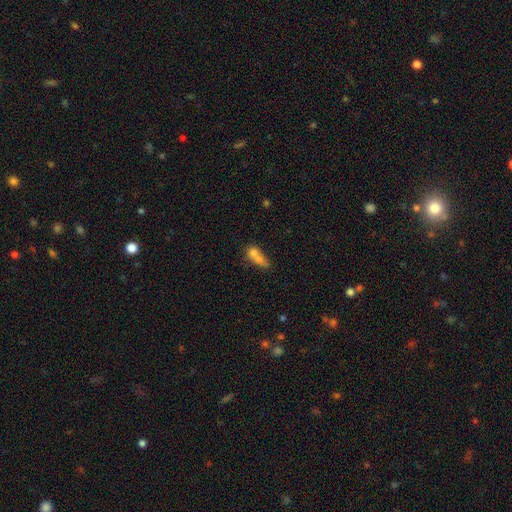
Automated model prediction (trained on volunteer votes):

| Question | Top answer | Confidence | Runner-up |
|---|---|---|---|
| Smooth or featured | smooth | 66% | featured or disk (23%) |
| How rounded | in between | 59% | round (31%) |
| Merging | merger | 63% | none (21%) |